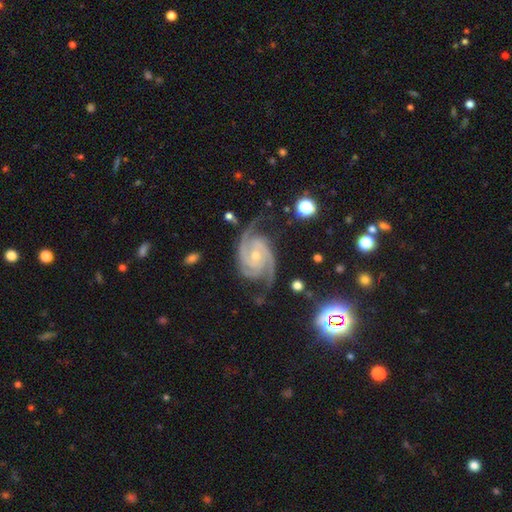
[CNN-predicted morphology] Smooth or featured? Predicted: featured or disk (p=0.93). Edge-on disk? Predicted: no (p=0.98). Bar? Predicted: no (p=0.64). Spiral arms? Predicted: yes (p=0.99). Spiral winding? Predicted: tight (p=0.55). Spiral arm count? Predicted: 3 (p=0.44). Bulge size? Predicted: small (p=0.57). Merging? Predicted: none (p=0.69).